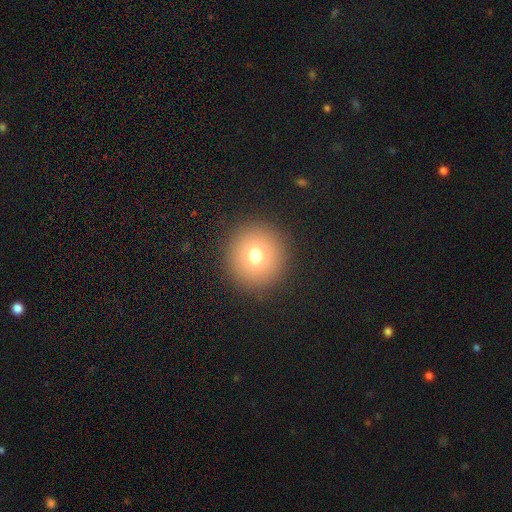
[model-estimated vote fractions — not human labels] smooth-or-featured: smooth: 72% | star or artifact: 15% | featured or disk: 13%
  how-rounded: round: 95% | in between: 4% | cigar-shaped: 1%
  merging: none: 91% | minor disturbance: 5% | major disturbance: 3% | merger: 1%